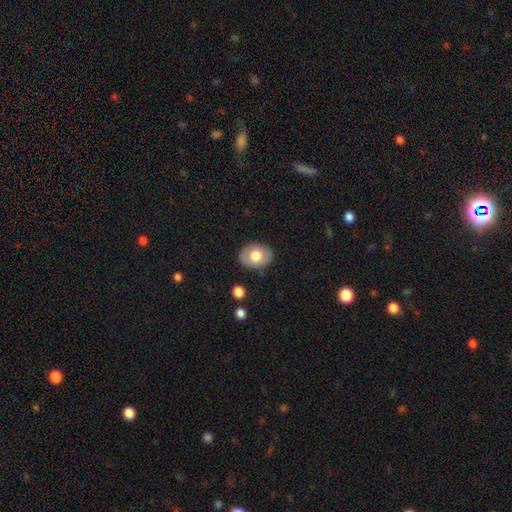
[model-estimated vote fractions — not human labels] Q: Smooth or featured?
A: smooth (70%); runner-up: featured or disk (23%)
Q: How rounded?
A: in between (69%); runner-up: round (30%)
Q: Merging?
A: none (85%); runner-up: minor disturbance (11%)